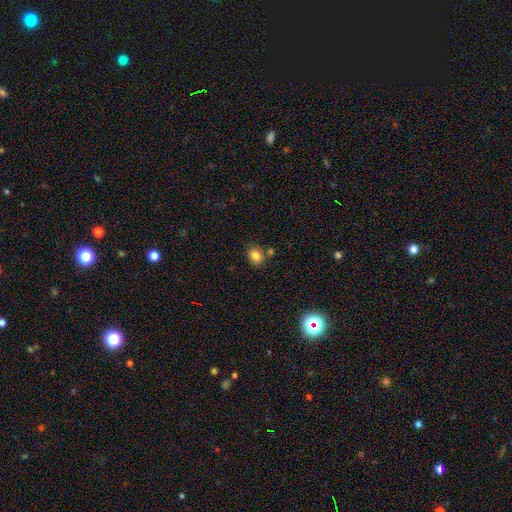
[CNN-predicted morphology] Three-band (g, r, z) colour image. It shows a smooth galaxy with no disk features (81%) that is in between round and cigar-shaped (51%). Merging: none (74%).